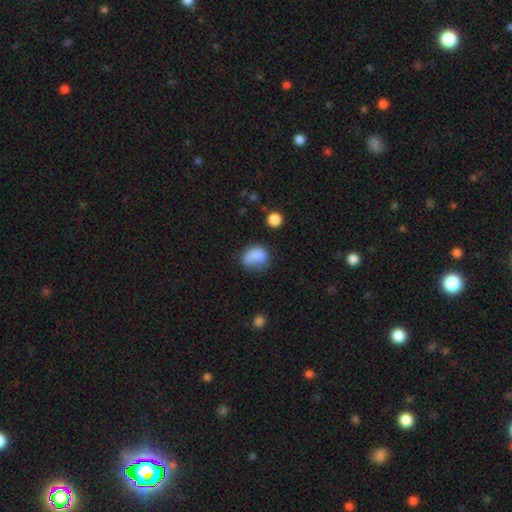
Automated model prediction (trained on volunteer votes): This is likely a smooth galaxy (77%). How rounded: possibly in between (59%). Merging: marginally none (44%).